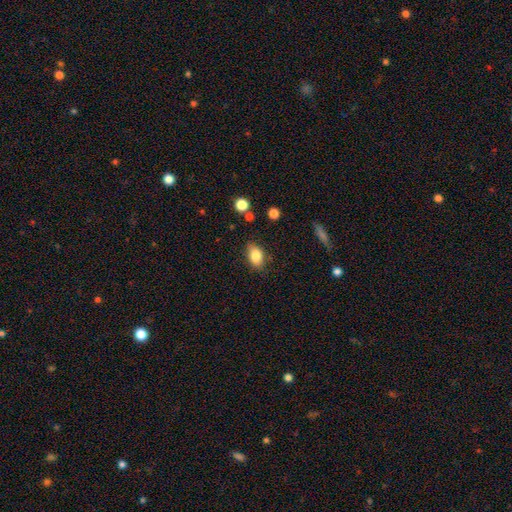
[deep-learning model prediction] Smooth or featured: smooth — 82% (featured or disk — 9%)
How rounded: in between — 84% (round — 14%)
Merging: none — 76% (minor disturbance — 18%)